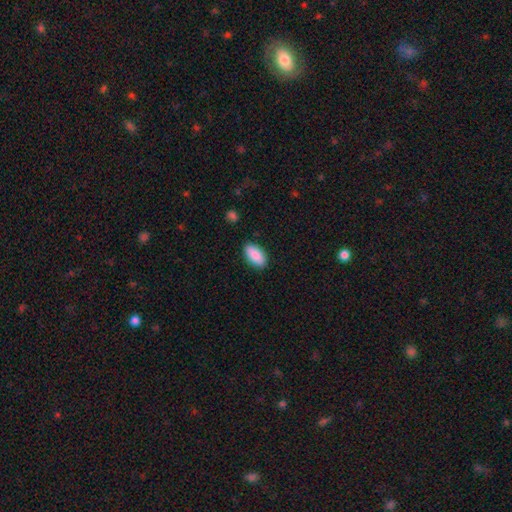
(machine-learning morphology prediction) The model was most divided on "merging": none: 87%, minor disturbance: 9%, major disturbance: 2%, merger: 1%. More confident: how rounded — in between (93%); smooth or featured — smooth (88%).